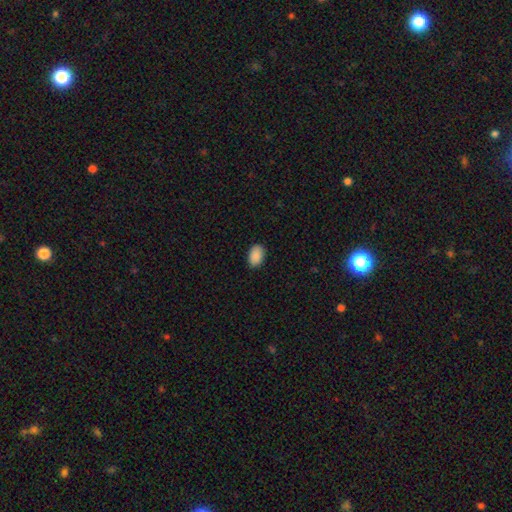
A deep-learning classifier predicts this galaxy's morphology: Q: Smooth or featured?
A: smooth (91%); runner-up: star or artifact (7%)
Q: How rounded?
A: in between (90%); runner-up: round (9%)
Q: Merging?
A: none (88%); runner-up: minor disturbance (9%)